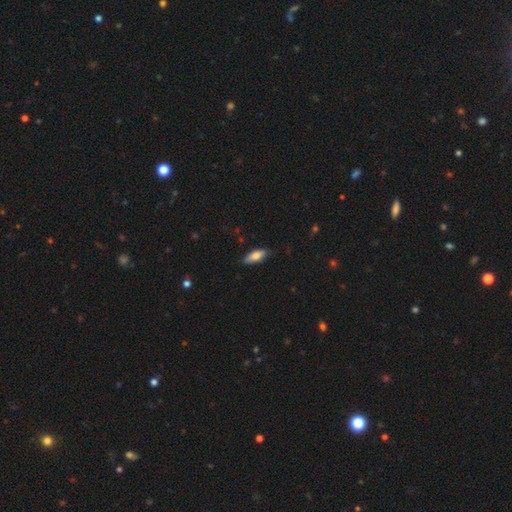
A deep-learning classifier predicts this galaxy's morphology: The model was most divided on "how rounded": in between: 76%, cigar-shaped: 22%, round: 2%. More confident: merging — none (81%); smooth or featured — smooth (78%).